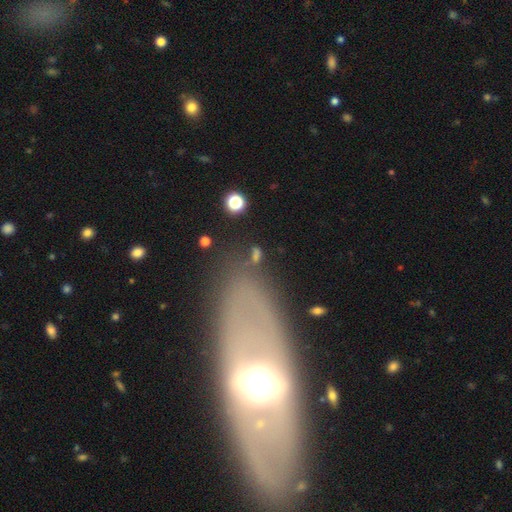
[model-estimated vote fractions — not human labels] Overall: smooth (57%; star or artifact 26%). How rounded: in between (50%; round 42%). Merging: none (73%).